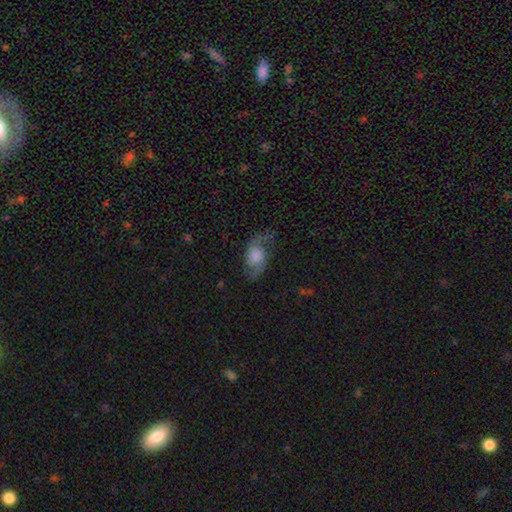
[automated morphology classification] type=featured or disk (69%); edge-on=no (94%); bar=no (67%); spiral arms=yes (92%); winding=loose (54%); arm count=2 (90%); bulge=large (36%); merging=none (67%).